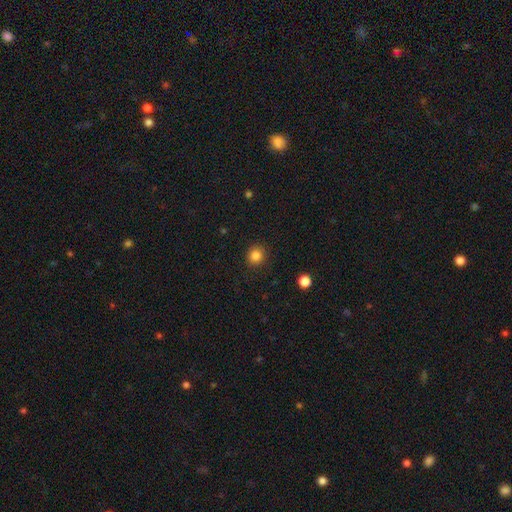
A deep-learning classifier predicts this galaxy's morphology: type=smooth (84%); roundness=round (87%); merging=none (89%).